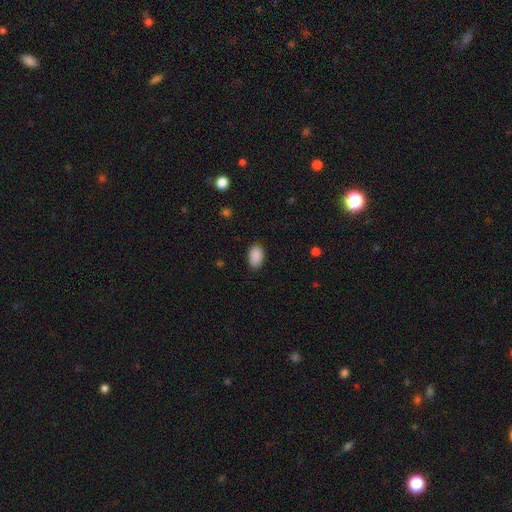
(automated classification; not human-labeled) smooth_or_featured: smooth (p=0.90) [alt: star or artifact p=0.07]
how_rounded: in between (p=0.91) [alt: round p=0.08]
merging: none (p=0.86) [alt: minor disturbance p=0.11]